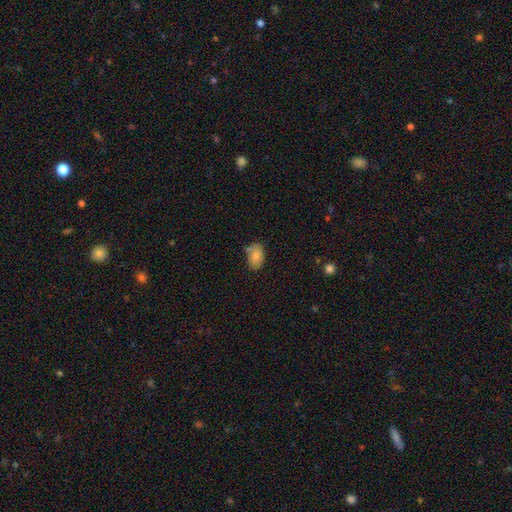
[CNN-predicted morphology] Overall: smooth (82%). How rounded: in between (89%). Merging: none (66%).